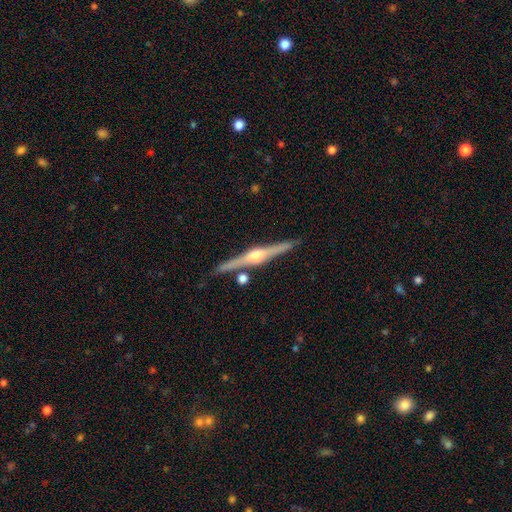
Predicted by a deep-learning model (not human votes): This appears to be a featured or disk galaxy (86%) viewed edge-on (98%) with a rounded central bulge (92%). Merging: none (88%).